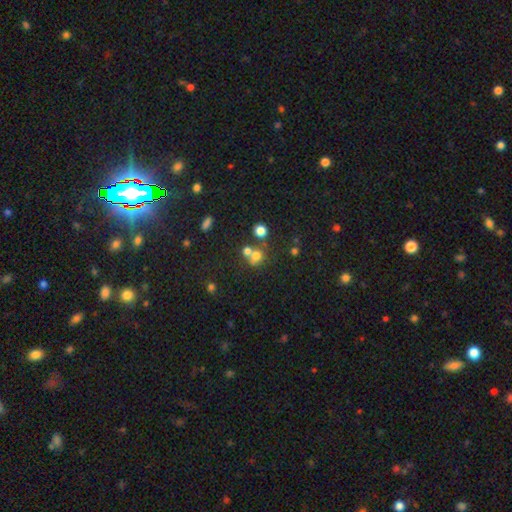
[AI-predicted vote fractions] Overall: smooth (66%). How rounded: round (75%). Merging: none (43%, tied with merger).